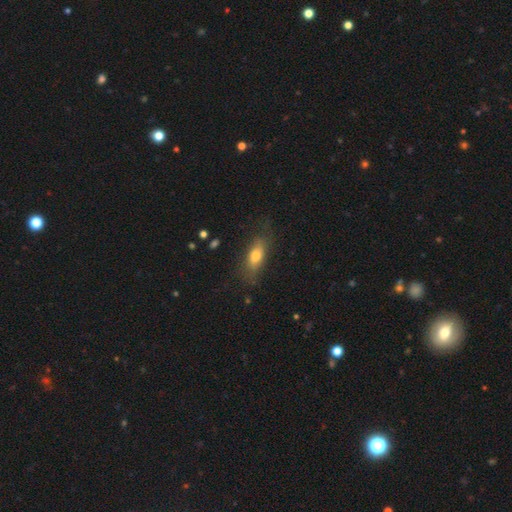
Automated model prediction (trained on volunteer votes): smooth 69%, featured or disk 22%, star or artifact 8%. Down the decision tree: how rounded — in between (72%); merging — none (72%).